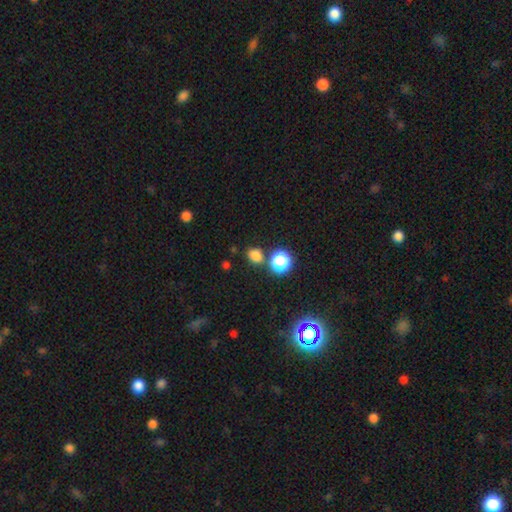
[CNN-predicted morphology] The model was most divided on "how rounded": round: 57%, in between: 42%, cigar-shaped: 1%. More confident: smooth or featured — smooth (77%); merging — none (75%).